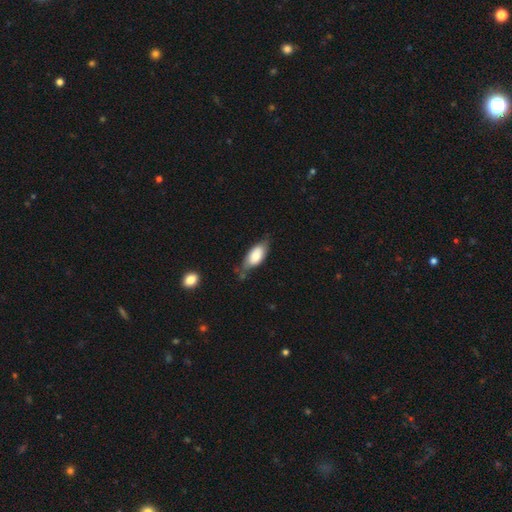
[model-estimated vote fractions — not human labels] Smooth or featured? smooth (72%)
How rounded? in between (84%)
Merging? none (54%)